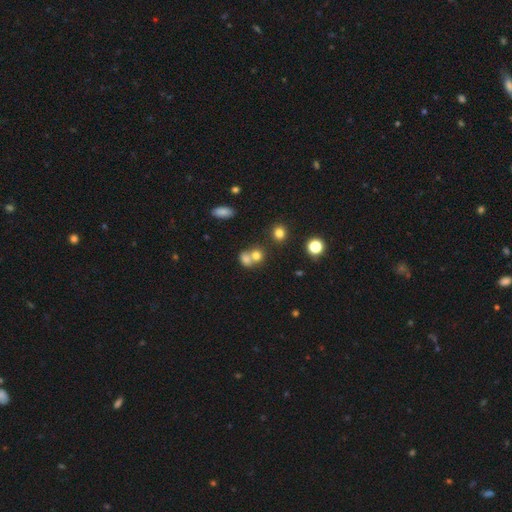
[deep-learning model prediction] Smooth or featured: smooth — 72% (star or artifact — 15%)
How rounded: round — 64% (in between — 35%)
Merging: merger — 57% (none — 32%)